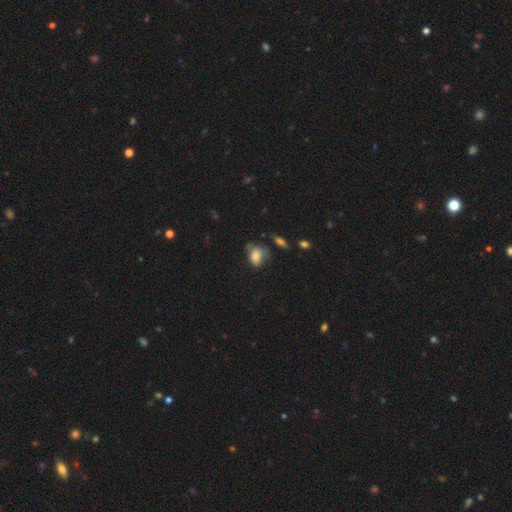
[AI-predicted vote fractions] Morphology: type=smooth (75%); roundness=in between (66%); merging=none (41%).